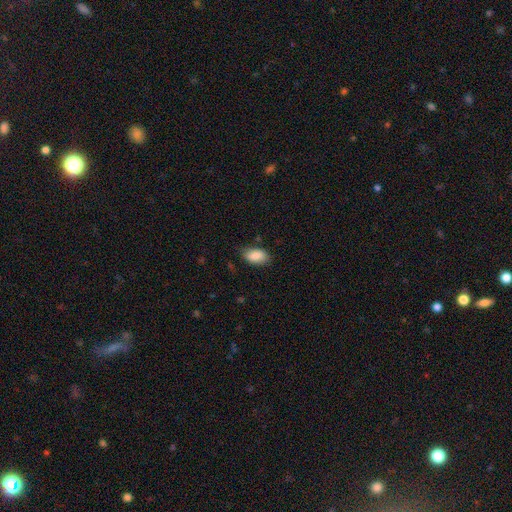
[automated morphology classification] A smooth galaxy with no disk features (88%) that is in between round and cigar-shaped (93%). Merging: none (77%).